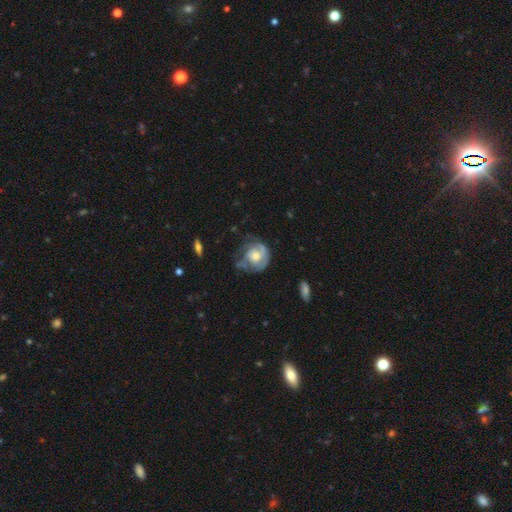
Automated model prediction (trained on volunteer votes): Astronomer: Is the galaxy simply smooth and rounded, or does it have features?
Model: featured or disk — 66%.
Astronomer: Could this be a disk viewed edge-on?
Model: no — 97%.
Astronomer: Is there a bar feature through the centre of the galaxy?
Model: no — 79%.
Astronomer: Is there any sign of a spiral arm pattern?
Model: yes — 75%.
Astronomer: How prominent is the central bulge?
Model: moderate — 59%.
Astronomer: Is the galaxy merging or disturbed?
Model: none — 47% (runner-up: minor disturbance, 28%).